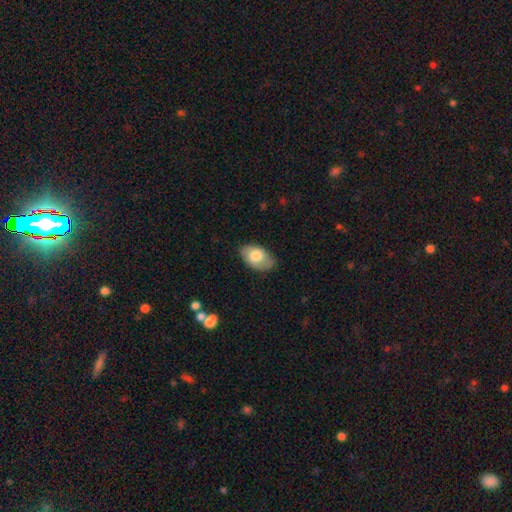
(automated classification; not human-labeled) Smooth or featured? smooth (73%)
How rounded? in between (92%)
Merging? none (77%)